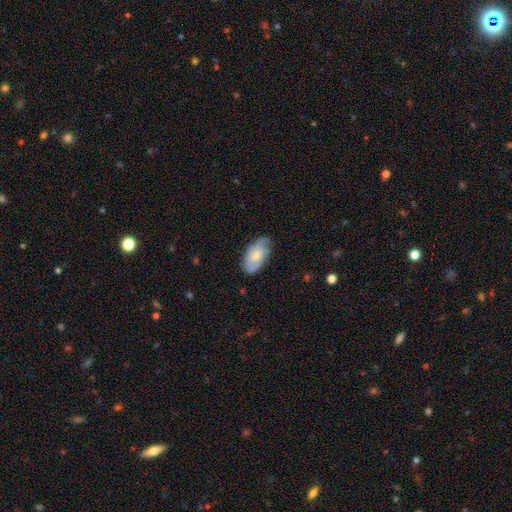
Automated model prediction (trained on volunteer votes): This appears to be a featured or disk galaxy (50%). Merging: none (70%).